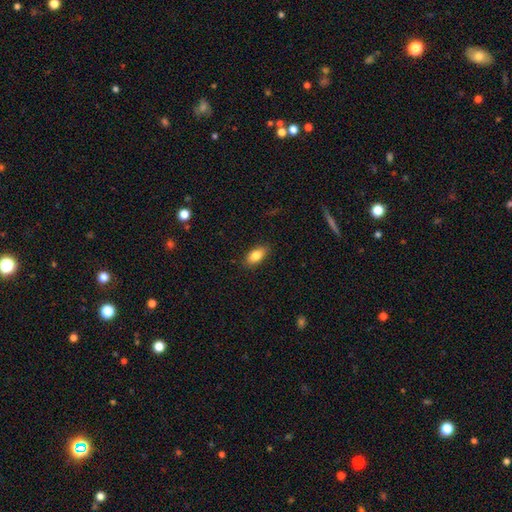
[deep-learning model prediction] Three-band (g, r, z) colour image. It shows a smooth galaxy with no disk features (84%) that is in between round and cigar-shaped (90%). Merging: none (86%).